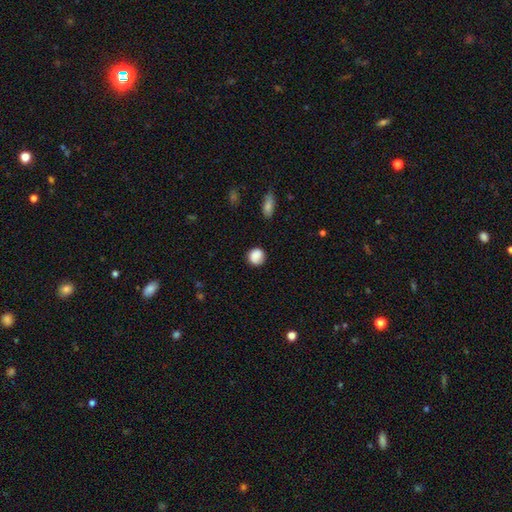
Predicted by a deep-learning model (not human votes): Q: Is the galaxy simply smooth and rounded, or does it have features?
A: smooth — 86%.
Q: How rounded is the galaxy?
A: round — 88%.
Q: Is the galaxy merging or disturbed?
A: none — 79%.